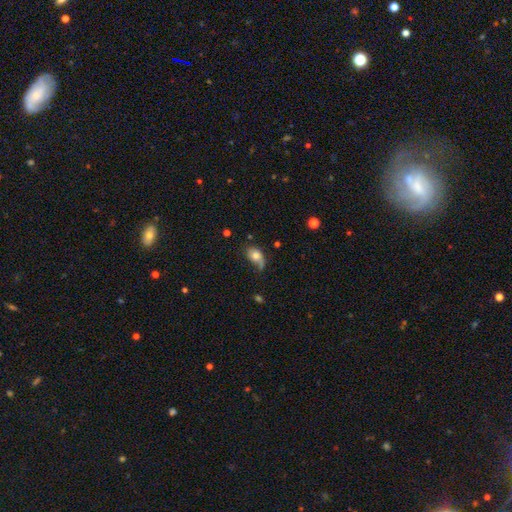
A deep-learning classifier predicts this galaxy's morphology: Q: Smooth or featured?
A: smooth (72%); runner-up: featured or disk (19%)
Q: How rounded?
A: in between (79%); runner-up: round (19%)
Q: Merging?
A: none (37%); runner-up: minor disturbance (34%)